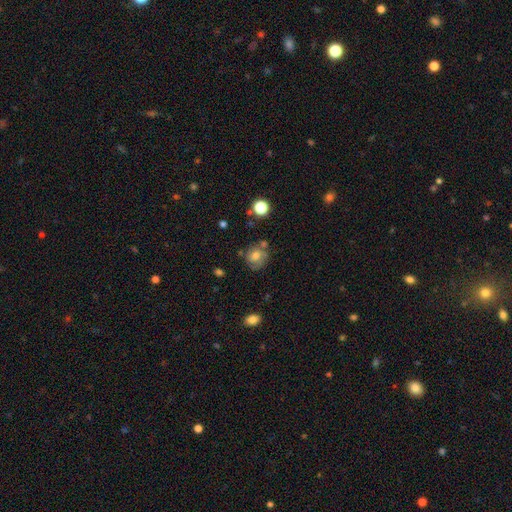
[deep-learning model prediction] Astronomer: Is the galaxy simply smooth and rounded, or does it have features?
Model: smooth — 60%.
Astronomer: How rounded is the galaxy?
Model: round — 76%.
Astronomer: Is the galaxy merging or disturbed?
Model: none — 61%.